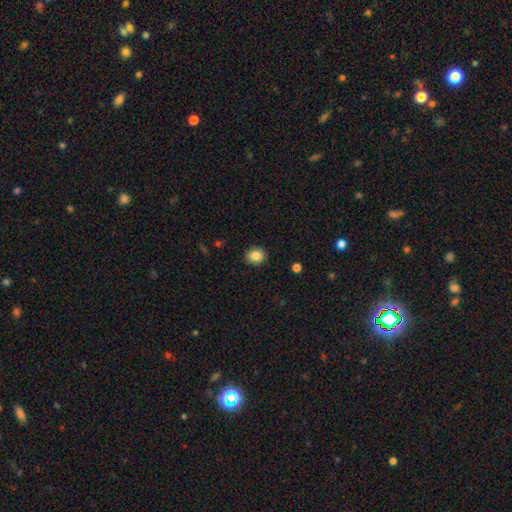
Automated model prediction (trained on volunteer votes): Smooth or featured? Predicted: smooth (p=0.84). How rounded? Predicted: round (p=0.79). Merging? Predicted: none (p=0.90).